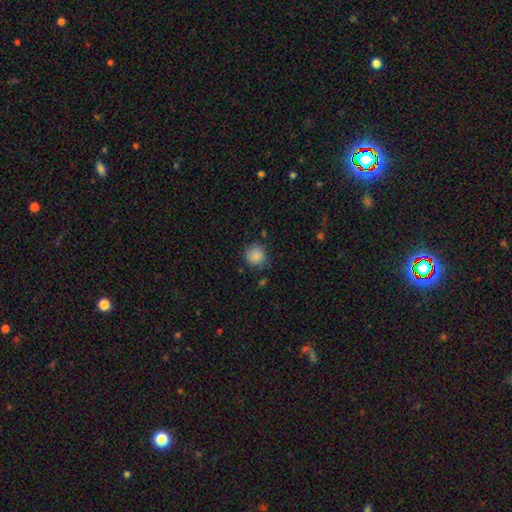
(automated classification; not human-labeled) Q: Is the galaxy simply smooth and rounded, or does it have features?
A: smooth — 87%.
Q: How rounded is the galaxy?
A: round — 89%.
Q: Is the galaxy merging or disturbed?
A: none — 75%.